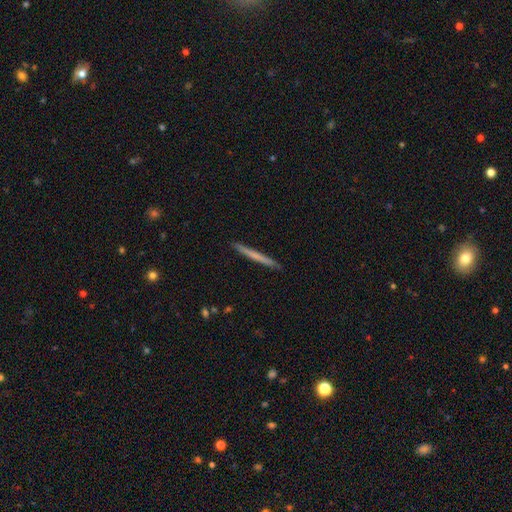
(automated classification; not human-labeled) Smooth or featured: smooth — 54% (featured or disk — 41%)
How rounded: cigar-shaped — 97% (in between — 2%)
Merging: none — 92% (minor disturbance — 5%)